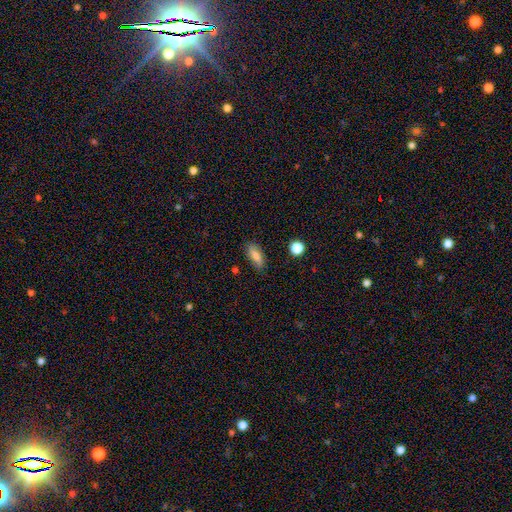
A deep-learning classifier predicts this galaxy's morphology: Q: Smooth or featured?
A: smooth (79%); runner-up: featured or disk (13%)
Q: How rounded?
A: in between (71%); runner-up: cigar-shaped (25%)
Q: Merging?
A: none (79%); runner-up: minor disturbance (16%)